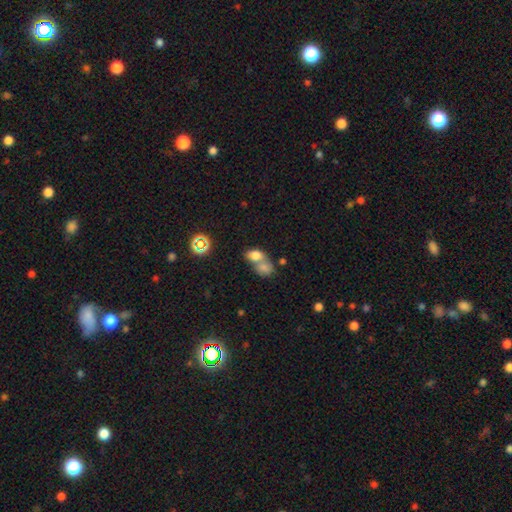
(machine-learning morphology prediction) This appears to be a smooth galaxy with no disk features (76%) that is in between round and cigar-shaped (74%). Merging: merger (68%).